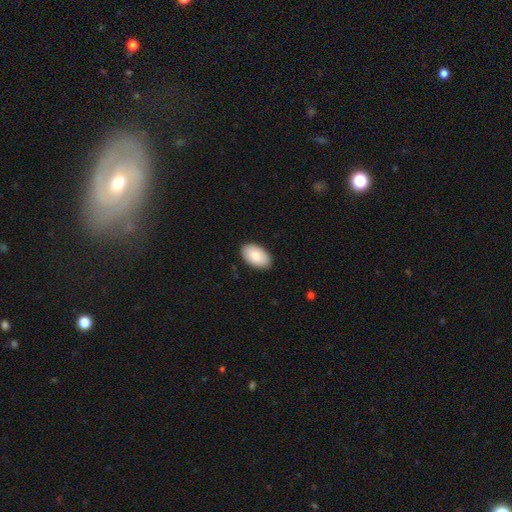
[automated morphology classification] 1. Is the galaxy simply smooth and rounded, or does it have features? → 88% smooth, 6% featured or disk, 5% star or artifact.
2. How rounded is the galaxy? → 96% in between, 3% round, 1% cigar-shaped.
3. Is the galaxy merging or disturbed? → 89% none, 8% minor disturbance, 2% major disturbance, 1% merger.